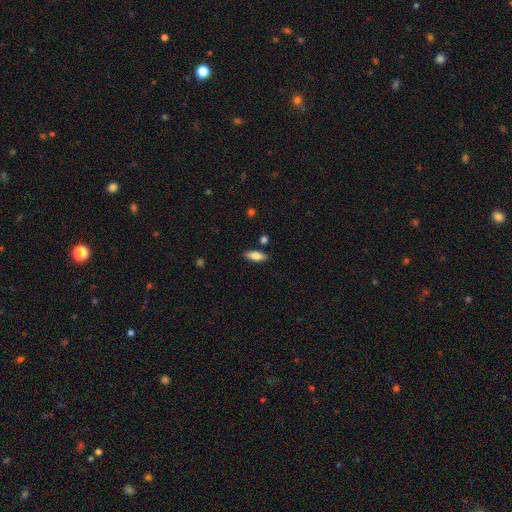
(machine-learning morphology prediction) Q: Smooth or featured?
A: smooth (80%); runner-up: featured or disk (14%)
Q: How rounded?
A: in between (78%); runner-up: cigar-shaped (20%)
Q: Merging?
A: none (84%); runner-up: minor disturbance (10%)